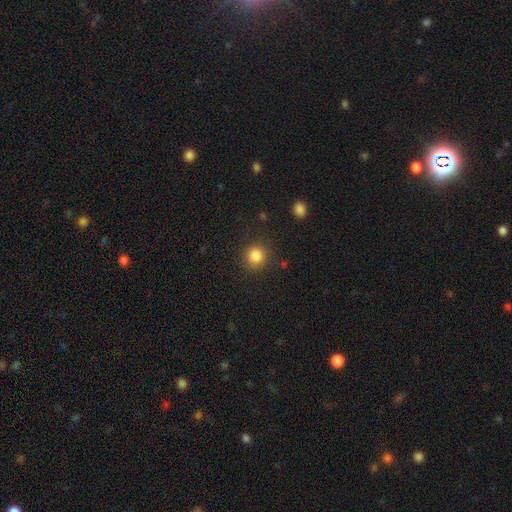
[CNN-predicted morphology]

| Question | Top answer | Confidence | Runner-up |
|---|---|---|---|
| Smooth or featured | smooth | 85% | star or artifact (11%) |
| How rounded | round | 91% | in between (8%) |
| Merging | none | 88% | minor disturbance (8%) |